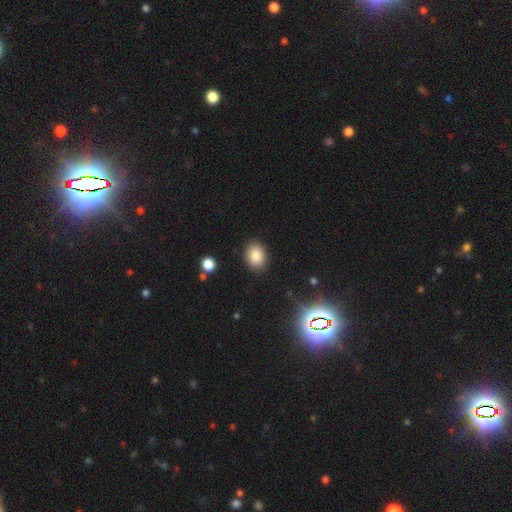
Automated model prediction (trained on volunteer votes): Smooth or featured? Predicted: smooth (p=0.86). How rounded? Predicted: in between (p=0.67). Merging? Predicted: none (p=0.88).